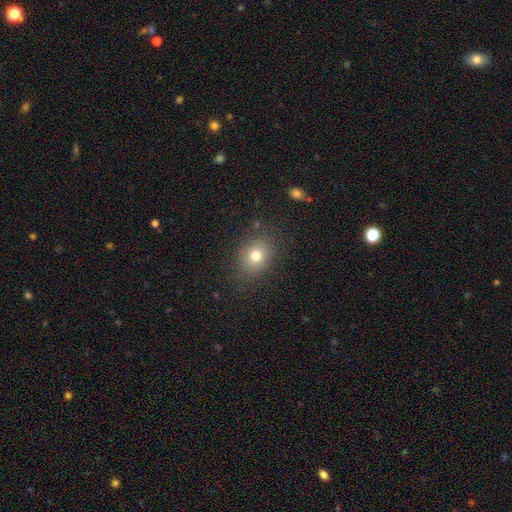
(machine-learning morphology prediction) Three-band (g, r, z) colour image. It shows a smooth galaxy with no disk features (76%) that is round (55%). Merging: none (83%).